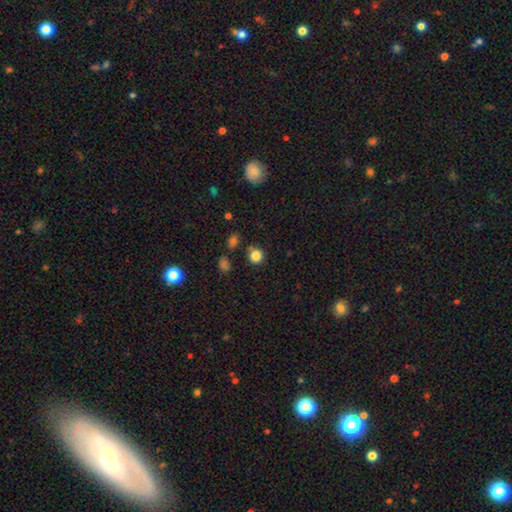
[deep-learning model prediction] Smooth or featured? smooth (84%)
How rounded? round (91%)
Merging? none (82%)